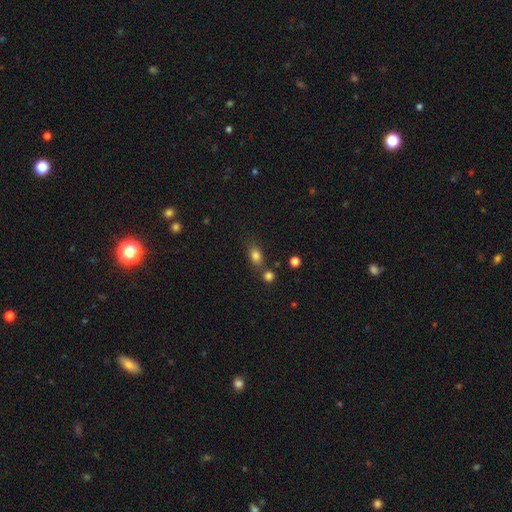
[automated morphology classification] This appears to be a smooth galaxy with no disk features (82%) that is in between round and cigar-shaped (73%). Merging: none (65%).